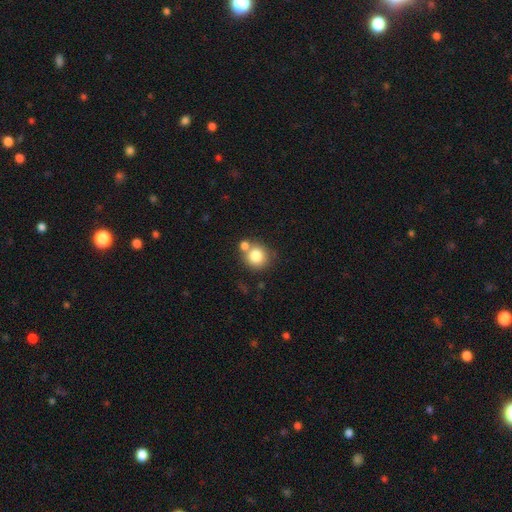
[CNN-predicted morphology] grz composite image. It shows a smooth galaxy with no disk features (80%) that is round (89%). Merging: none (60%).